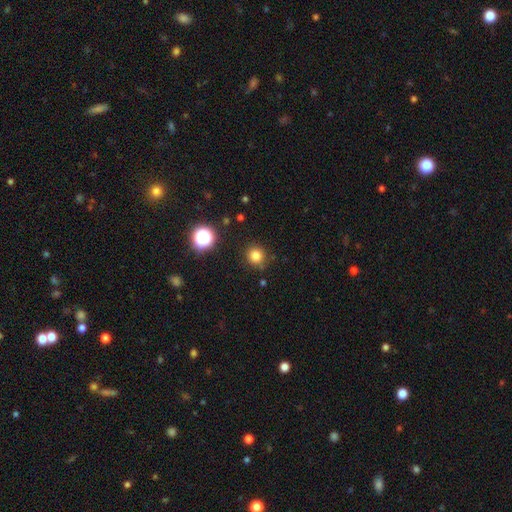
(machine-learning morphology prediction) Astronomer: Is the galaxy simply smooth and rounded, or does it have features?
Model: smooth — 80%.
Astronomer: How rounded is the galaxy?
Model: round — 93%.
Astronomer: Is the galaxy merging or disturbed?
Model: none — 87%.